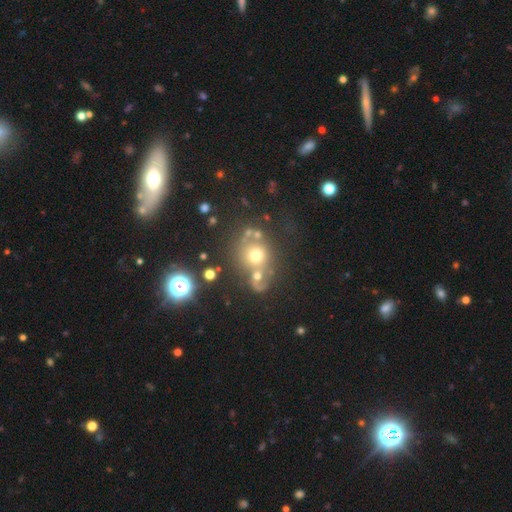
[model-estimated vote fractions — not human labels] The model was most divided on "merging": none: 47%, merger: 34%, minor disturbance: 11%, major disturbance: 8%. More confident: how rounded — round (82%); smooth or featured — smooth (59%).